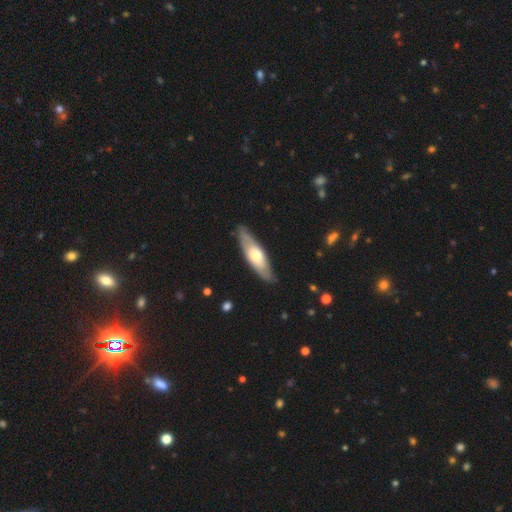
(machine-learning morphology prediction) This appears to be a smooth galaxy with no disk features (49%). Merging: none (84%).